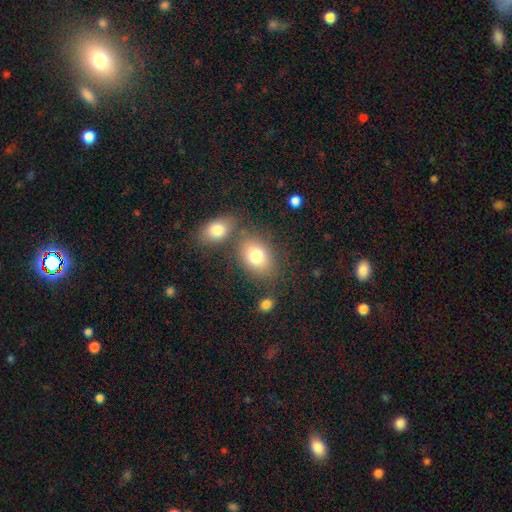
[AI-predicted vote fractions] Smooth or featured? smooth (79%)
How rounded? in between (72%)
Merging? none (64%)